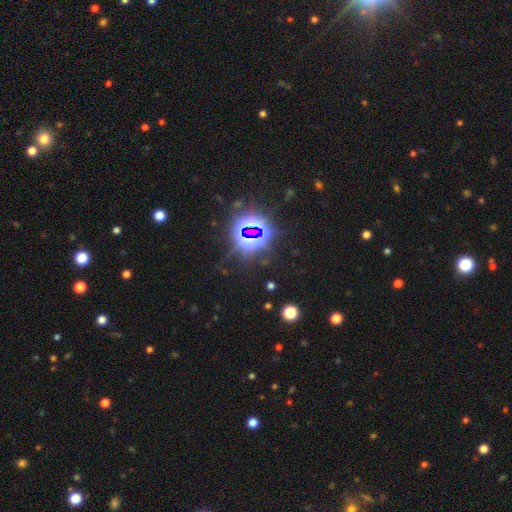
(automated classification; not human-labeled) smooth_or_featured: star or artifact (p=0.85) [alt: smooth p=0.08]